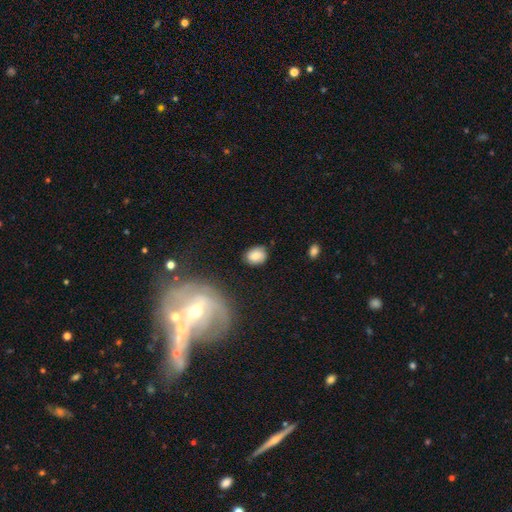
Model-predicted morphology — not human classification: A smooth galaxy with no disk features (80%) that is round (50%). Merging: none (78%).